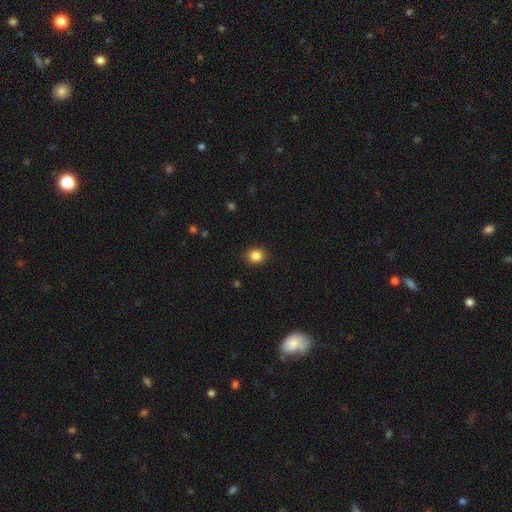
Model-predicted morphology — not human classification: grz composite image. It shows a smooth galaxy with no disk features (85%) that is round (78%). Merging: none (91%).